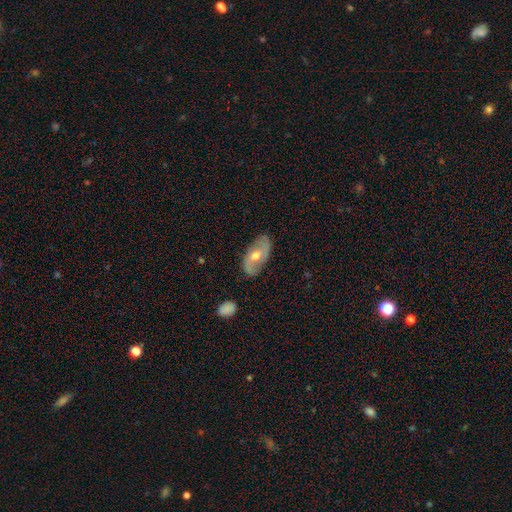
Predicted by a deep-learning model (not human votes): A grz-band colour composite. It shows a featured or disk galaxy (66%) with no bar (53%), 2 (86%) loose (41%) spiral arms (83%) and a moderate central bulge (73%). Merging: none (80%).